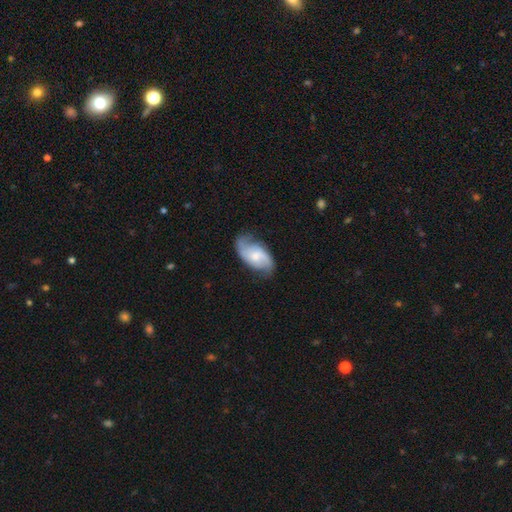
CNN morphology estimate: smooth-or-featured: featured or disk: 74% | smooth: 20% | star or artifact: 6%
  disk-edge-on: no: 96% | yes: 4%
    bar: no: 50% | weak: 42% | strong: 9%
    has-spiral-arms: yes: 94% | no: 6%
      spiral-winding: loose: 48% | medium: 39% | tight: 13%
      spiral-arm-count: 2: 88% | can't tell: 6% | 1: 3% | 3: 2% | 4: 1% | more than 4: 1%
    bulge-size: small: 43% | moderate: 41% | none: 9% | large: 6% | dominant: 1%
  merging: none: 70% | minor disturbance: 21% | major disturbance: 8% | merger: 1%